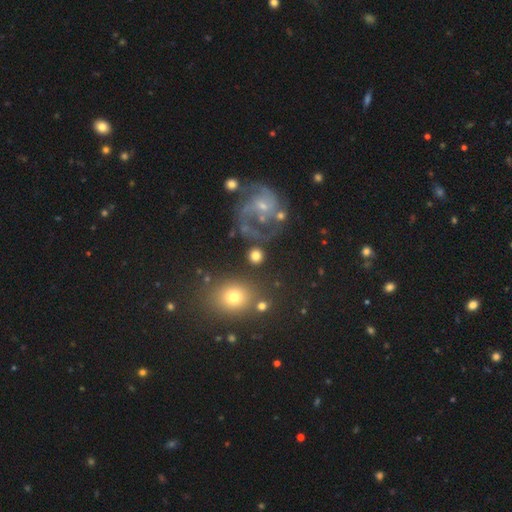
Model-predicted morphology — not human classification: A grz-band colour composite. It shows a smooth galaxy with no disk features (71%) that is round (83%). Merging: none (68%).